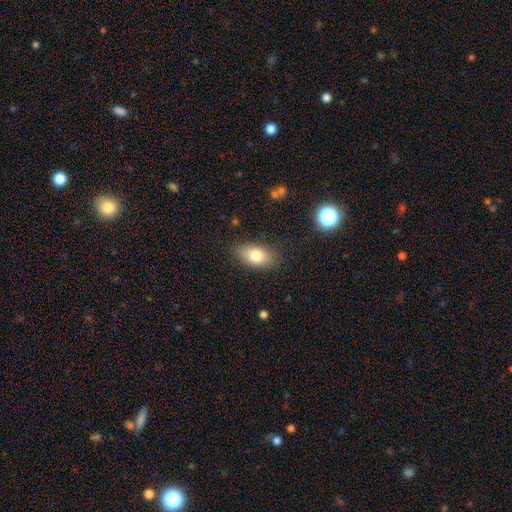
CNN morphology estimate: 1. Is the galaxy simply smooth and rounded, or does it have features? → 78% smooth, 13% featured or disk, 9% star or artifact.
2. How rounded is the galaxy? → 89% in between, 8% round, 3% cigar-shaped.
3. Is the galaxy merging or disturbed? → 83% none, 12% minor disturbance, 3% major disturbance, 1% merger.